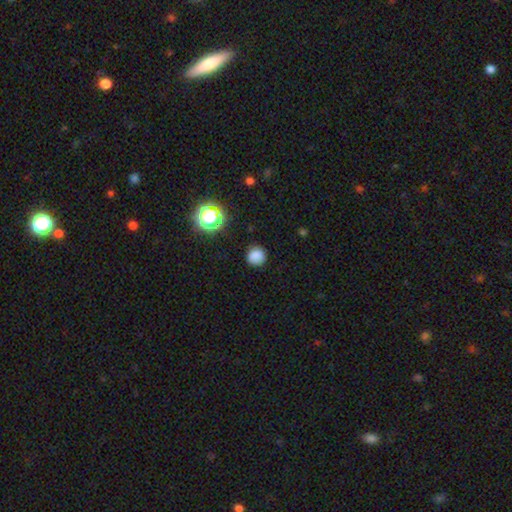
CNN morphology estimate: smooth_or_featured: smooth (p=0.81) [alt: star or artifact p=0.14]
how_rounded: round (p=0.91) [alt: in between p=0.08]
merging: none (p=0.86) [alt: minor disturbance p=0.10]